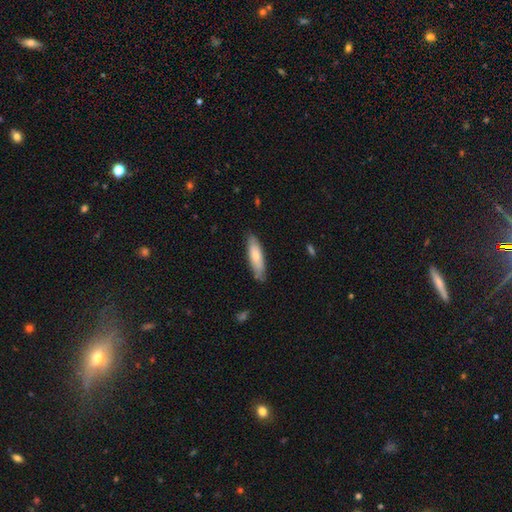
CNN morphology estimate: This appears to be a smooth galaxy with no disk features (73%) that is cigar-shaped (61%). Merging: none (81%).